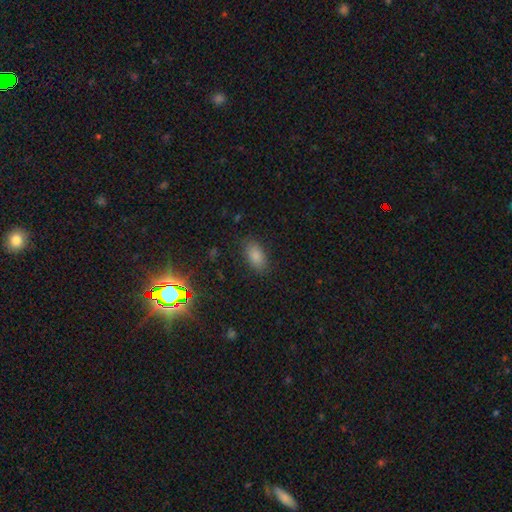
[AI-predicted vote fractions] A smooth galaxy with no disk features (83%) that is in between round and cigar-shaped (91%). Merging: none (84%).